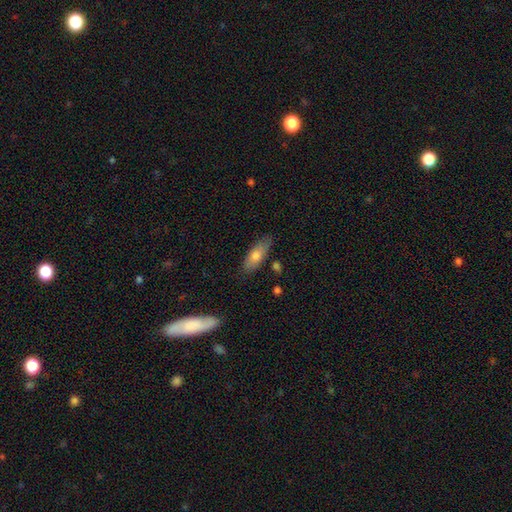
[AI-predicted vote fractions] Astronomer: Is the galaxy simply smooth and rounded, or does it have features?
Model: smooth — 71%.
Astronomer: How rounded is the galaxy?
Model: in between — 66%.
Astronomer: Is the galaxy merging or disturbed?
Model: none — 80%.